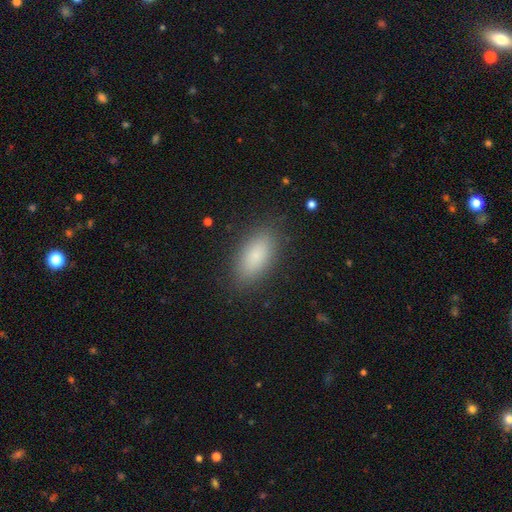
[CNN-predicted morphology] The model was most divided on "smooth or featured": smooth: 82%, featured or disk: 10%, star or artifact: 8%. More confident: how rounded — in between (88%); merging — none (86%).